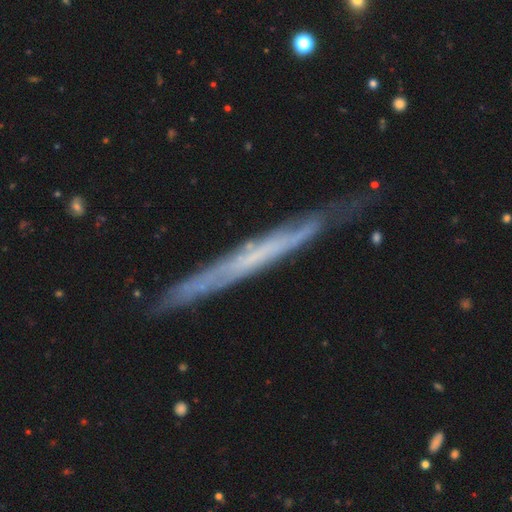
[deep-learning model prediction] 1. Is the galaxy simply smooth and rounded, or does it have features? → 66% featured or disk, 26% smooth, 7% star or artifact.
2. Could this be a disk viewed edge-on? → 91% yes, 9% no.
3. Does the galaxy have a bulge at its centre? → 89% none, 7% rounded, 4% boxy.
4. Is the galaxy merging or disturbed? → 79% none, 17% minor disturbance, 3% major disturbance, 2% merger.